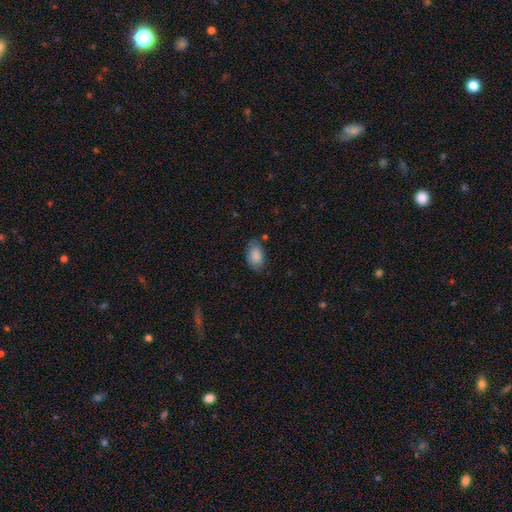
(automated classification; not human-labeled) This is clearly a smooth galaxy (87%). How rounded: clearly in between (90%). Merging: likely none (73%).